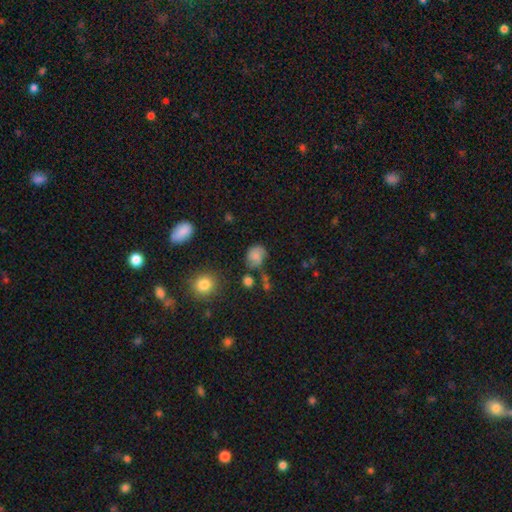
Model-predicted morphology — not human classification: Overall: smooth (72%). How rounded: round (59%; in between 40%). Merging: none (54%; minor disturbance 26%).